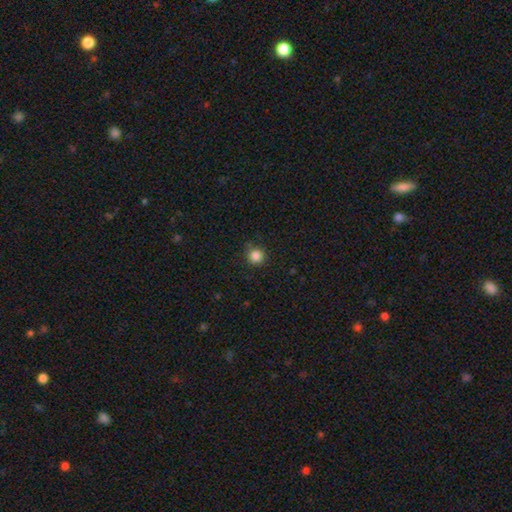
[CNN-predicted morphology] Overall: smooth (85%). How rounded: round (94%). Merging: none (89%).